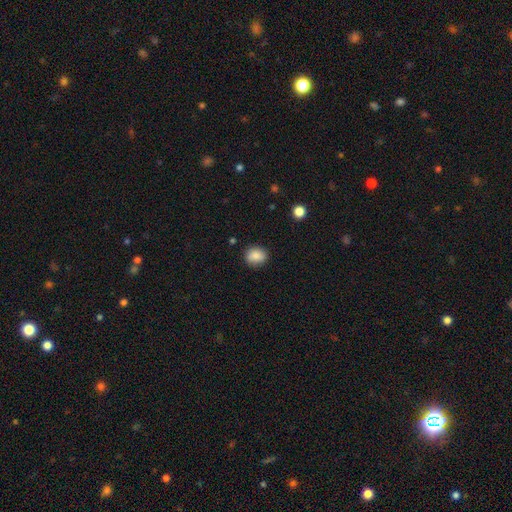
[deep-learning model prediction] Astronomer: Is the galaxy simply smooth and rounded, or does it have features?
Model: smooth — 86%.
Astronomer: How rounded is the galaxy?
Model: round — 65%.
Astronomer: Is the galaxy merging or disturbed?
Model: none — 85%.